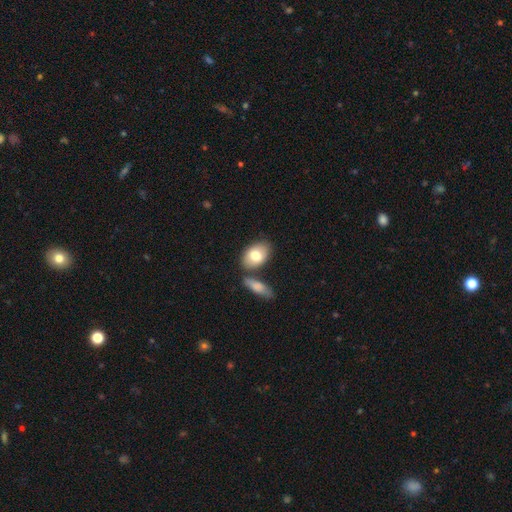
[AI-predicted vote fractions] The model was most divided on "merging": none: 65%, merger: 19%, minor disturbance: 13%, major disturbance: 3%. More confident: how rounded — in between (87%); smooth or featured — smooth (76%).